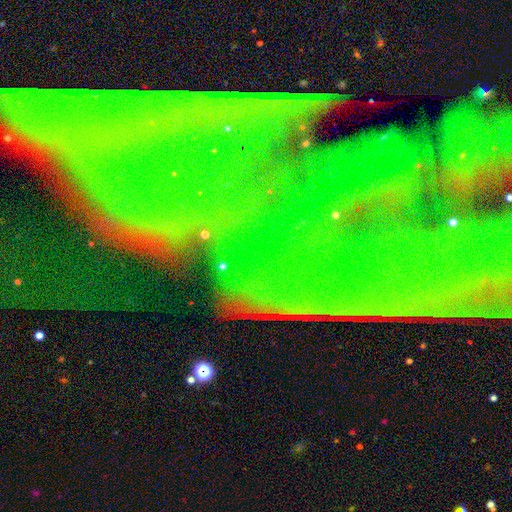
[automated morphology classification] smooth_or_featured: star or artifact (p=0.74) [alt: featured or disk p=0.15]